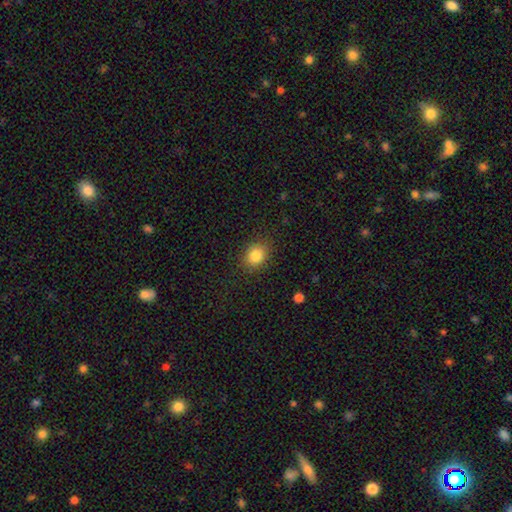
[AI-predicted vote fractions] smooth-or-featured: smooth: 84% | star or artifact: 10% | featured or disk: 6%
  how-rounded: round: 59% | in between: 40% | cigar-shaped: 1%
  merging: none: 86% | minor disturbance: 10% | major disturbance: 3% | merger: 1%